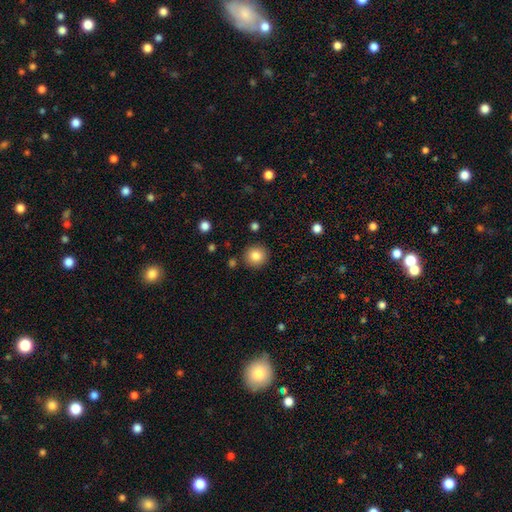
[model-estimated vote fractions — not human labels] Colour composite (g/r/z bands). It shows a smooth galaxy with no disk features (84%) that is round (93%). Merging: none (89%).